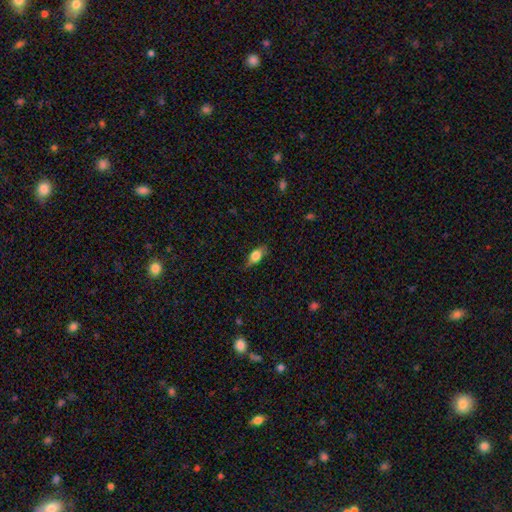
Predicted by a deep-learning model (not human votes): Morphology: type=smooth (74%); roundness=in between (80%); merging=none (69%).